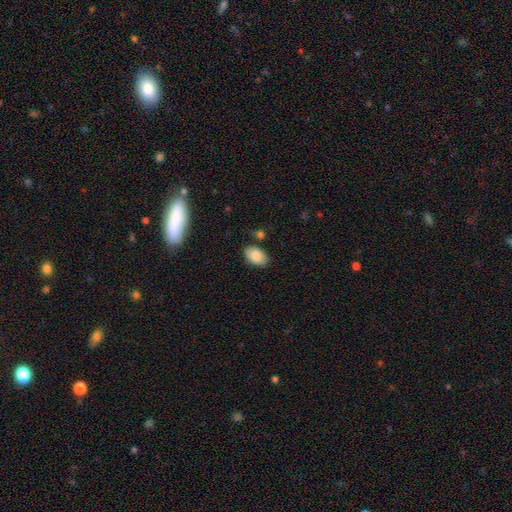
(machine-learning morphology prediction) A smooth galaxy with no disk features (84%) that is in between round and cigar-shaped (90%). Merging: none (80%).